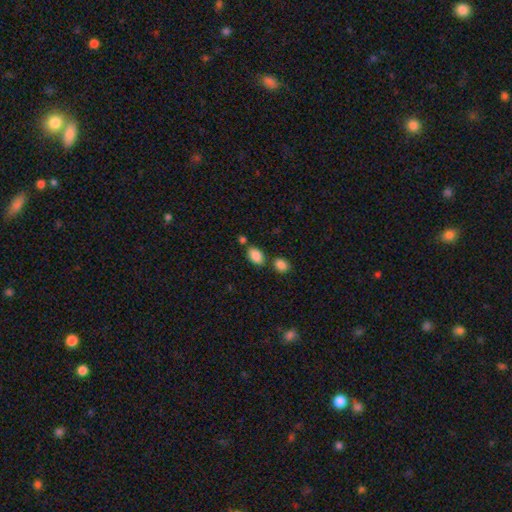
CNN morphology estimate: Smooth or featured: smooth — 87% (star or artifact — 8%)
How rounded: in between — 89% (round — 9%)
Merging: none — 69% (merger — 15%)